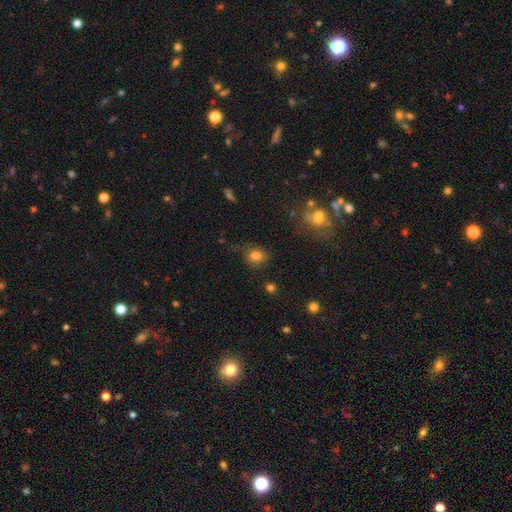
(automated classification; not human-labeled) smooth-or-featured: smooth: 79% | star or artifact: 12% | featured or disk: 9%
  how-rounded: round: 68% | in between: 31% | cigar-shaped: 1%
  merging: none: 65% | minor disturbance: 21% | major disturbance: 11% | merger: 3%